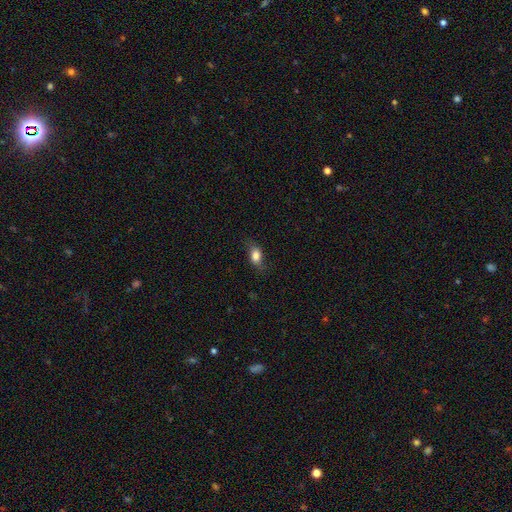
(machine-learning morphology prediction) A smooth galaxy with no disk features (78%) that is in between round and cigar-shaped (78%).

Vote fractions:
- Smooth or featured? smooth: 78% / featured or disk: 14% / star or artifact: 8%
- How rounded? in between: 78% / round: 16% / cigar-shaped: 6%
- Merging? none: 73% / minor disturbance: 20% / major disturbance: 6% / merger: 1%